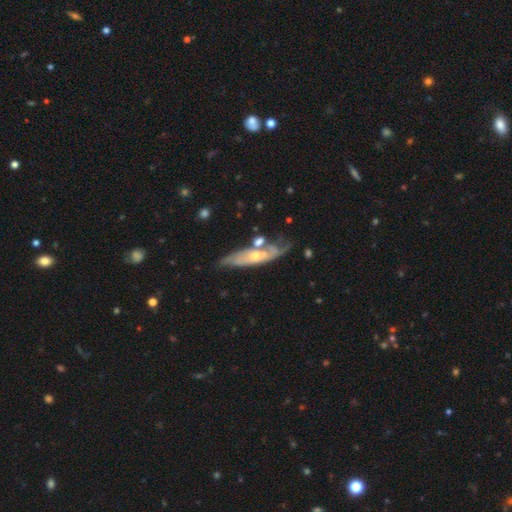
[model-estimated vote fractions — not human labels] This appears to be a featured or disk galaxy (69%). Merging: none (57%).